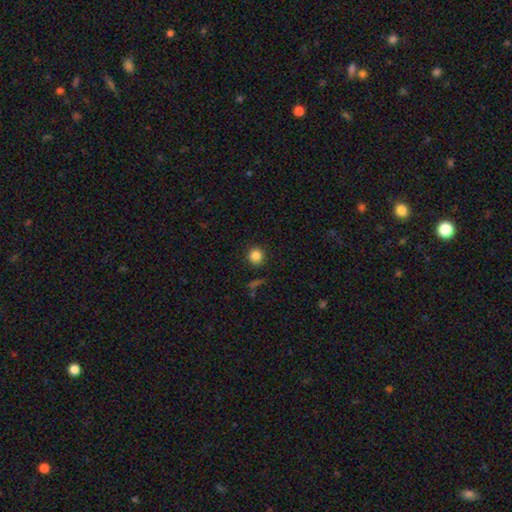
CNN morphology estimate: Smooth or featured: smooth — 84% (star or artifact — 11%)
How rounded: round — 92% (in between — 7%)
Merging: none — 89% (minor disturbance — 7%)